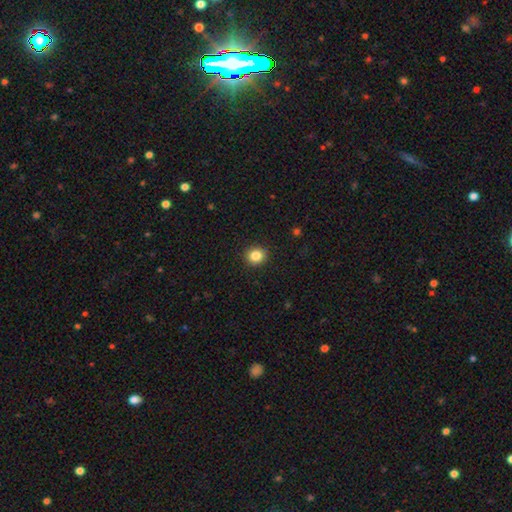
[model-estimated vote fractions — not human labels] A smooth galaxy with no disk features (84%) that is round (86%).

Vote fractions:
- Smooth or featured? smooth: 84% / star or artifact: 11% / featured or disk: 5%
- How rounded? round: 86% / in between: 13% / cigar-shaped: 1%
- Merging? none: 91% / minor disturbance: 6% / major disturbance: 2% / merger: 1%